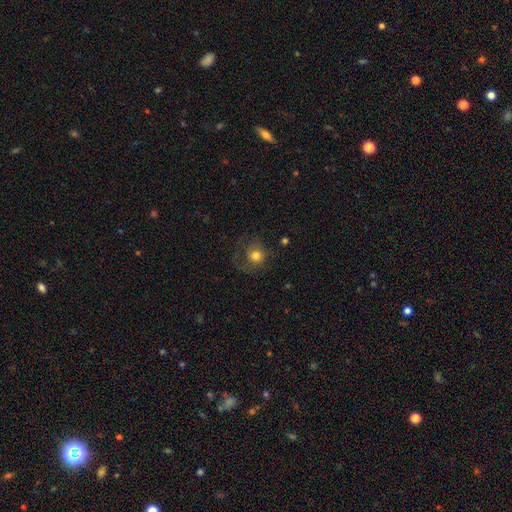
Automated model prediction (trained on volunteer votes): Smooth or featured?
  - smooth: 71% *
  - featured or disk: 18%
  - star or artifact: 11%
How rounded?
  - round: 86% *
  - in between: 14%
  - cigar-shaped: 1%
Merging?
  - none: 54% *
  - major disturbance: 25%
  - minor disturbance: 19%
  - merger: 2%